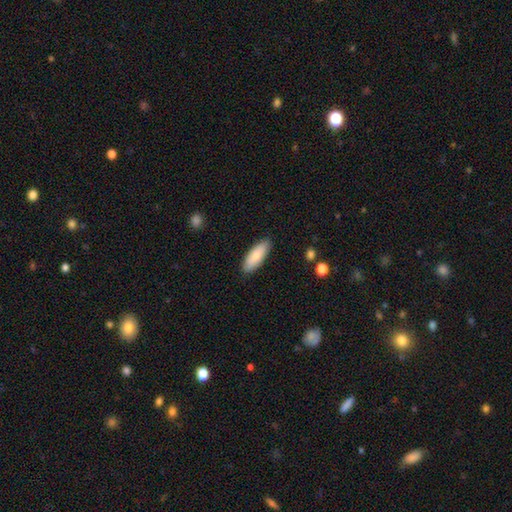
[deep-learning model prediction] A smooth galaxy with no disk features (83%) that is in between round and cigar-shaped (67%). Merging: none (86%).